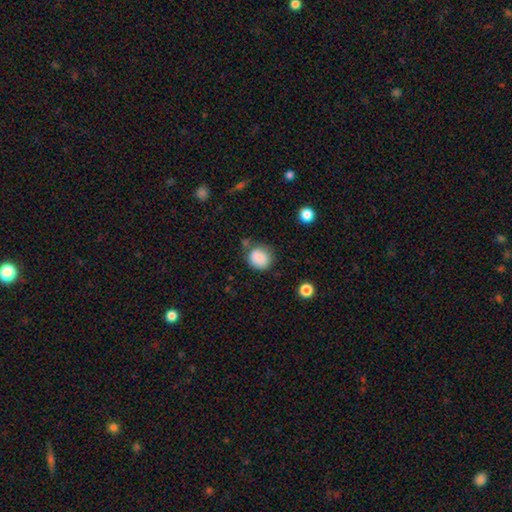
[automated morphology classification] This is clearly a smooth galaxy (86%). How rounded: clearly round (83%). Merging: likely none (72%).